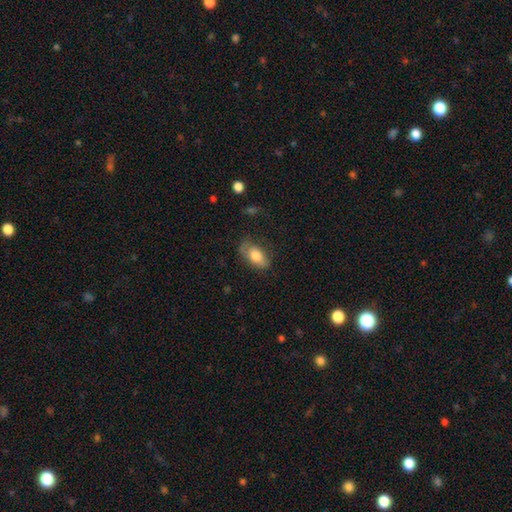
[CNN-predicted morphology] Smooth or featured: smooth — 75% (featured or disk — 18%)
How rounded: in between — 88% (cigar-shaped — 7%)
Merging: none — 63% (minor disturbance — 26%)